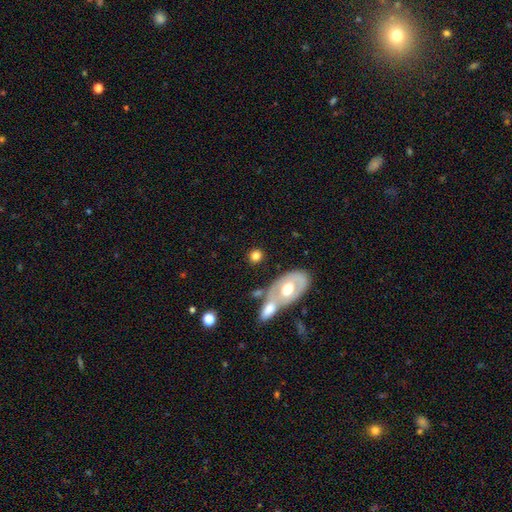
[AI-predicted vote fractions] A smooth galaxy with no disk features (67%) that is round (59%). Merging: none (63%).